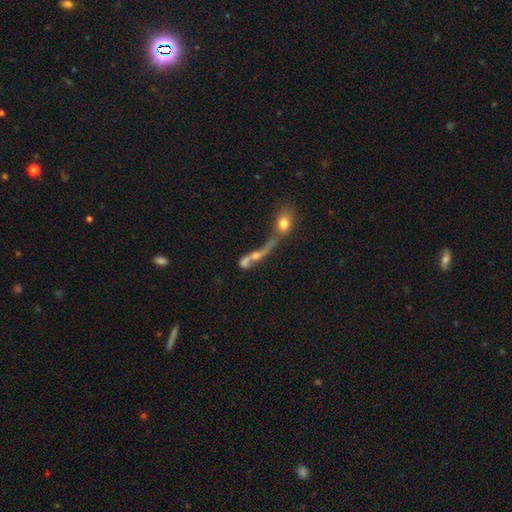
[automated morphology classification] This is possibly a featured or disk galaxy (46%). Merging: likely merger (60%).